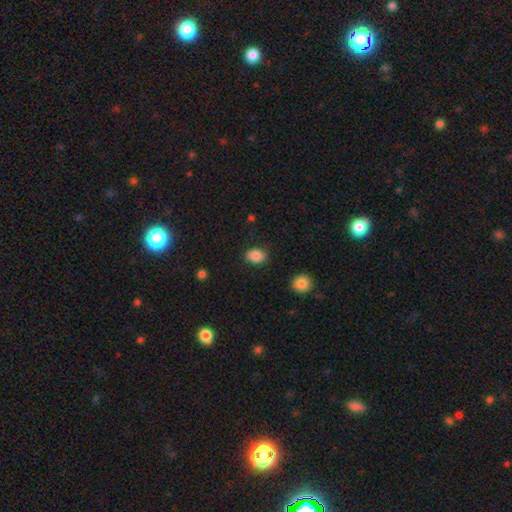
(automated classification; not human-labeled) Smooth or featured? smooth (86%)
How rounded? in between (61%)
Merging? none (85%)